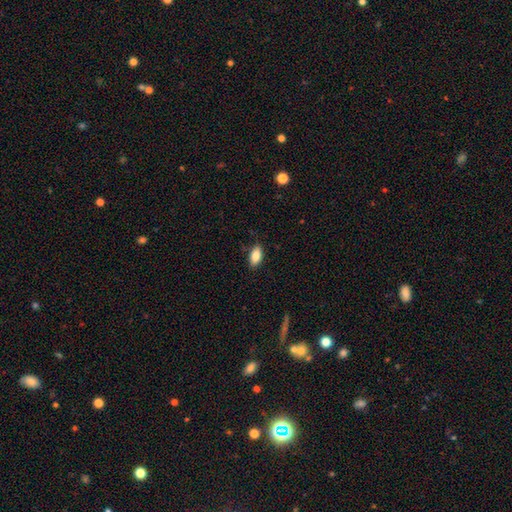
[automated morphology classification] Smooth or featured?
  - smooth: 85% *
  - featured or disk: 8%
  - star or artifact: 7%
How rounded?
  - in between: 90% *
  - cigar-shaped: 6%
  - round: 3%
Merging?
  - none: 85% *
  - minor disturbance: 12%
  - major disturbance: 2%
  - merger: 1%